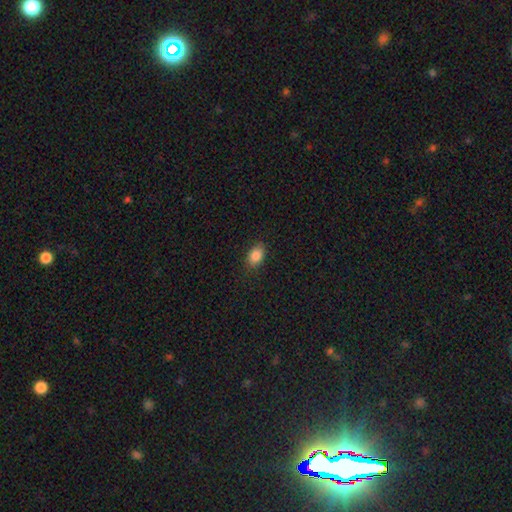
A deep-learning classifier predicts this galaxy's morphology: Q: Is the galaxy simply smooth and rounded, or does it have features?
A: smooth — 87%.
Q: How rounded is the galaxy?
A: in between — 84%.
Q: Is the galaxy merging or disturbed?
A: none — 84%.